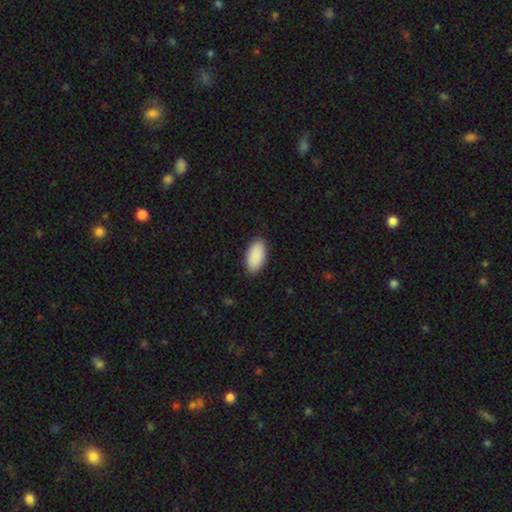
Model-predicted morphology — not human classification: Smooth or featured? smooth (91%)
How rounded? in between (96%)
Merging? none (88%)